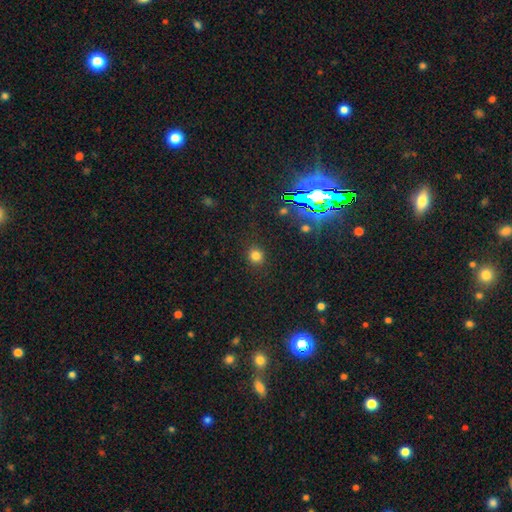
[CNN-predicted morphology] Smooth or featured: smooth — 78% (star or artifact — 17%)
How rounded: round — 87% (in between — 12%)
Merging: none — 89% (minor disturbance — 7%)